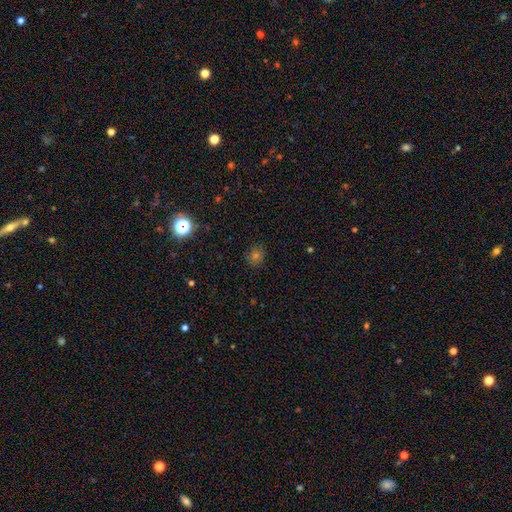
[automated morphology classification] smooth 60%, star or artifact 31%, featured or disk 9%. Down the decision tree: how rounded — round (85%); merging — none (86%).